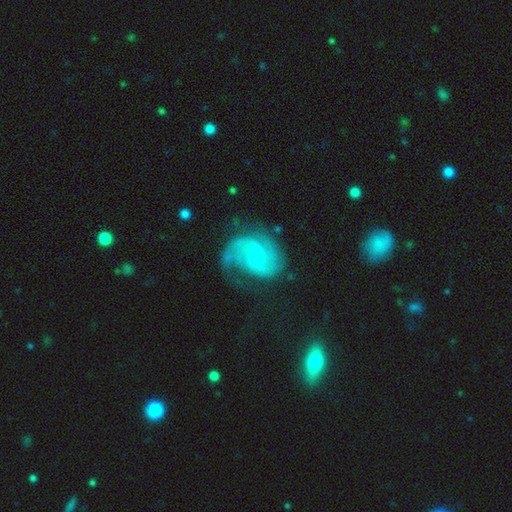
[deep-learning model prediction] featured or disk 88%, smooth 6%, star or artifact 5%. Down the decision tree: edge-on disk — no (98%); bar — no (65%); spiral arms — yes (97%); spiral arm count — 2 (70%); spiral winding — medium (49%); bulge size — small (77%); merging — none (63%).